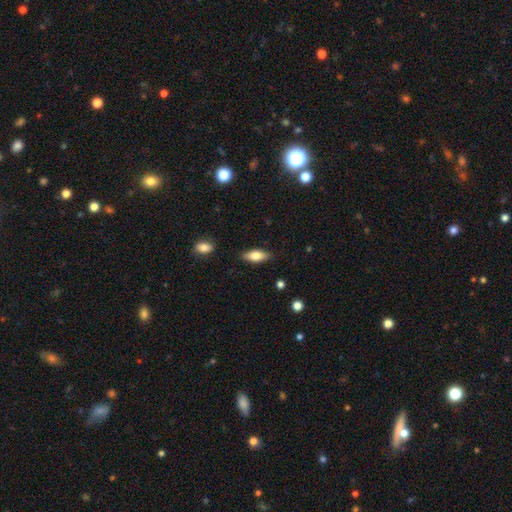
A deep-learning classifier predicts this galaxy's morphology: The model was most divided on "smooth or featured": smooth: 74%, featured or disk: 19%, star or artifact: 7%. More confident: merging — none (85%); how rounded — in between (78%).